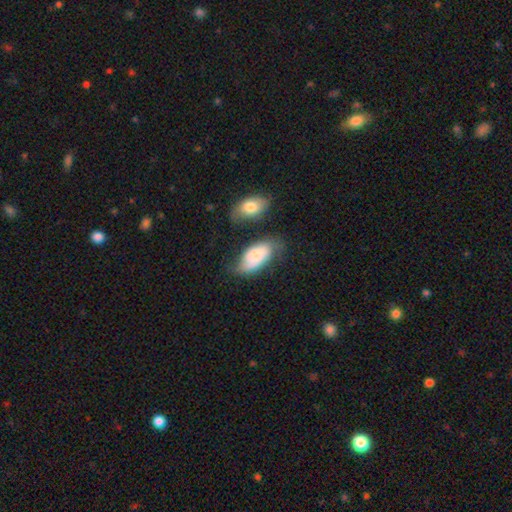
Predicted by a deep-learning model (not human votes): This is possibly a smooth galaxy (60%). How rounded: clearly in between (93%). Merging: possibly none (45%).